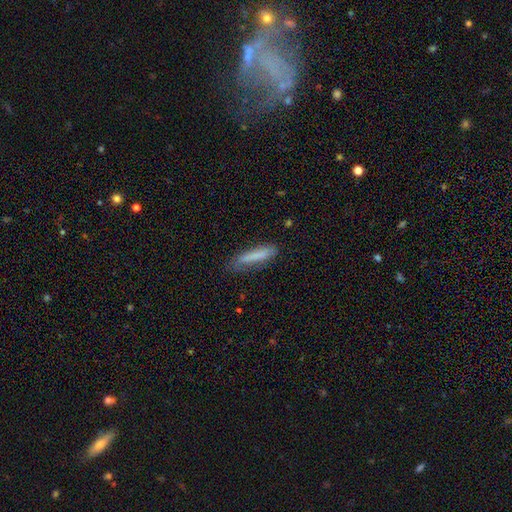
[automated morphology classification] This appears to be a smooth galaxy with no disk features (76%) that is cigar-shaped (87%). Merging: none (70%).